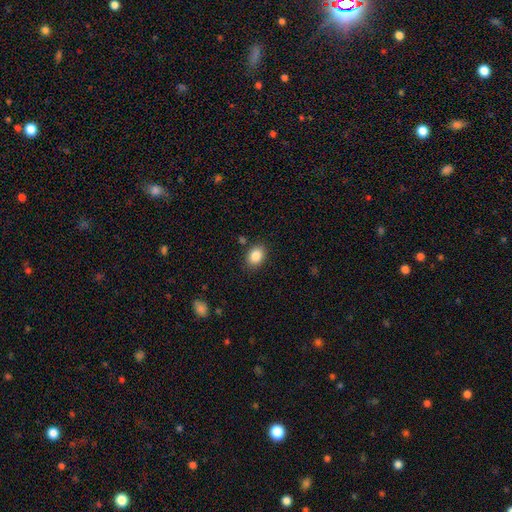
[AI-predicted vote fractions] Overall: smooth (86%). How rounded: in between (69%; round 30%). Merging: none (86%).